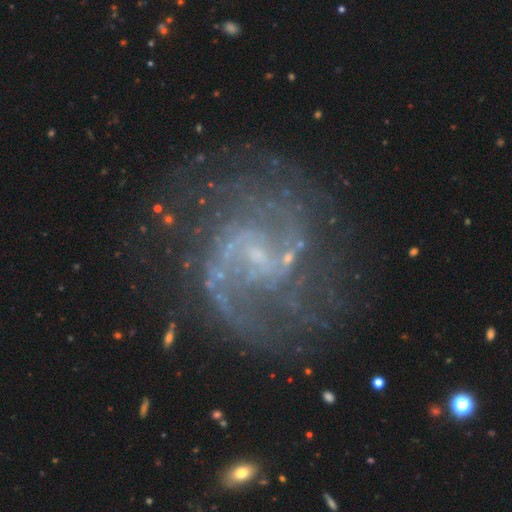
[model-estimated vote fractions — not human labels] Smooth or featured?
  - featured or disk: 89% *
  - star or artifact: 7%
  - smooth: 4%
Edge-on disk?
  - no: 98% *
  - yes: 2%
Bar?
  - weak: 53% *
  - no: 35%
  - strong: 12%
Spiral arms?
  - yes: 96% *
  - no: 4%
Spiral winding?
  - medium: 51% *
  - loose: 27%
  - tight: 22%
Spiral arm count?
  - 2: 65% *
  - can't tell: 13%
  - 3: 8%
  - 1: 5%
  - 4: 4%
  - more than 4: 4%
Bulge size?
  - small: 70% *
  - none: 18%
  - moderate: 10%
  - large: 1%
  - dominant: 1%
Merging?
  - none: 68% *
  - minor disturbance: 16%
  - major disturbance: 14%
  - merger: 3%